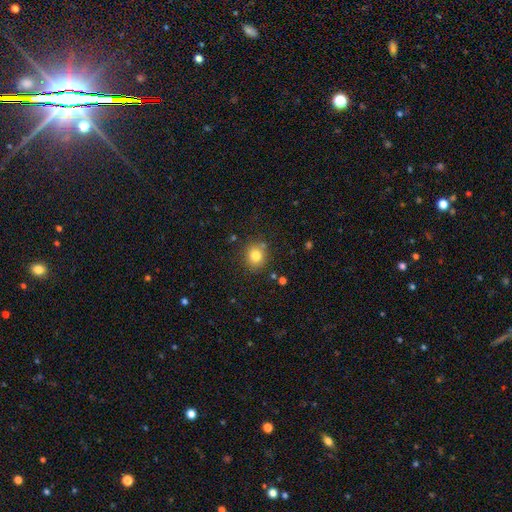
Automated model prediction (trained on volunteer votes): A smooth galaxy with no disk features (80%) that is round (81%). Merging: none (84%).